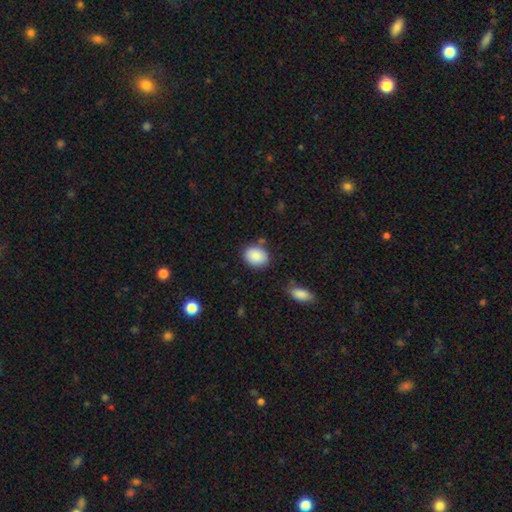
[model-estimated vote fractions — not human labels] The model was most divided on "how rounded": in between: 55%, round: 44%, cigar-shaped: 1%. More confident: smooth or featured — smooth (88%); merging — none (78%).